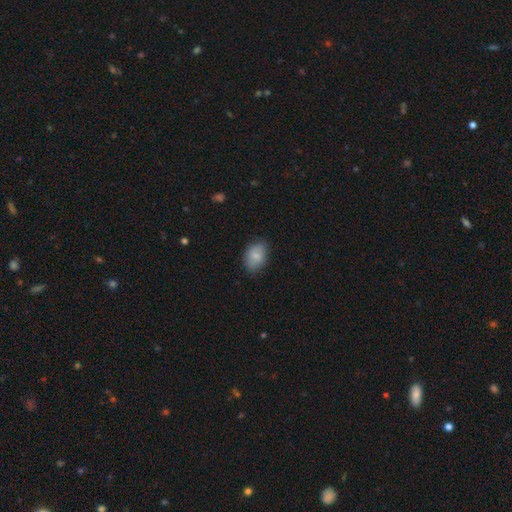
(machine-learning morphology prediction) type=smooth (80%); roundness=in between (85%); merging=none (78%).